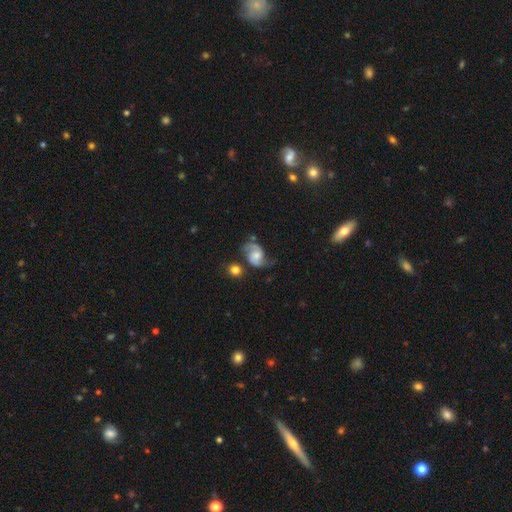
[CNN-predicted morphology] This appears to be a featured or disk galaxy (84%) with no bar (56%), 2 (92%) medium (48%) spiral arms (96%) and a moderate central bulge (40%). Merging: none (63%).